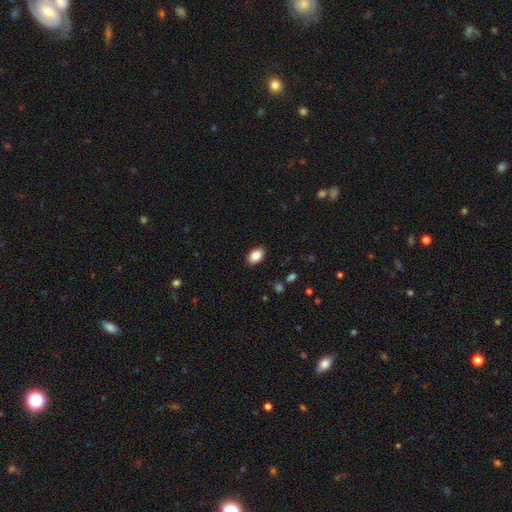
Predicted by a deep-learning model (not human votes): Overall: smooth (86%). How rounded: in between (90%). Merging: none (89%).